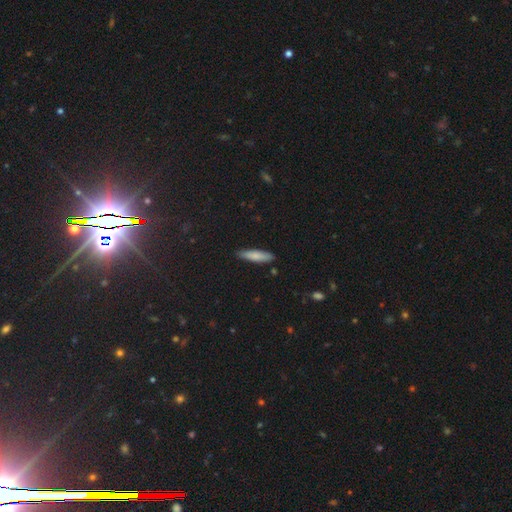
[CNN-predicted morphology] smooth 79%, featured or disk 15%, star or artifact 6%. Down the decision tree: how rounded — cigar-shaped (75%); merging — none (87%).